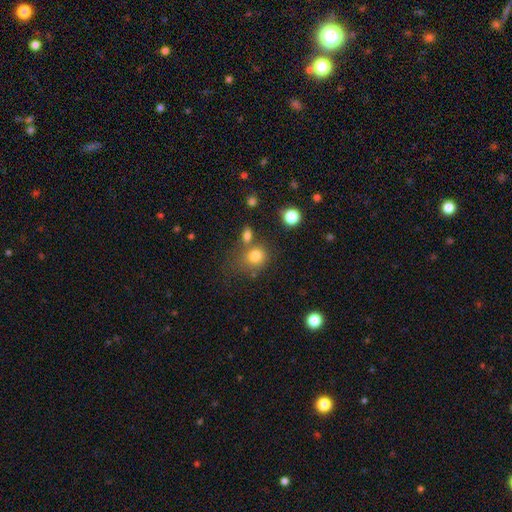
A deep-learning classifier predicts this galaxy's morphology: Smooth or featured? smooth (78%)
How rounded? round (71%)
Merging? none (57%)